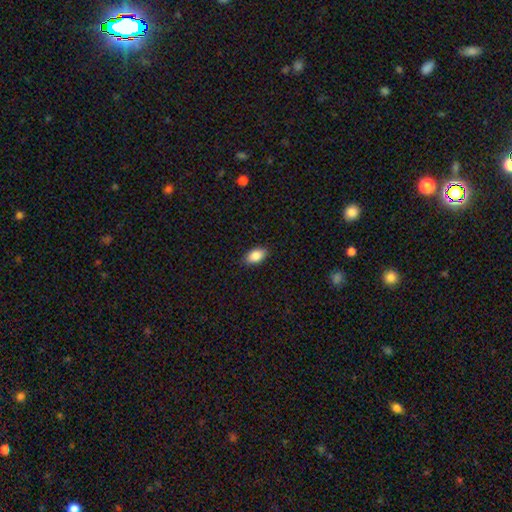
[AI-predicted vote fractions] smooth 86%, star or artifact 7%, featured or disk 6%. Down the decision tree: how rounded — in between (92%); merging — none (88%).